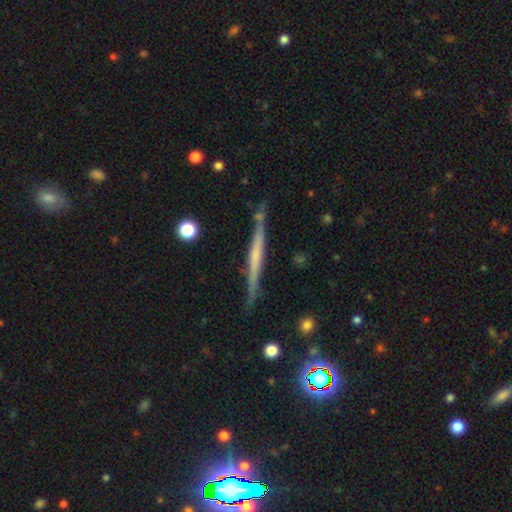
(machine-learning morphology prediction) featured or disk 62%, smooth 32%, star or artifact 6%. Down the decision tree: edge-on disk — yes (97%); edge-on bulge — none (70%); merging — none (84%).